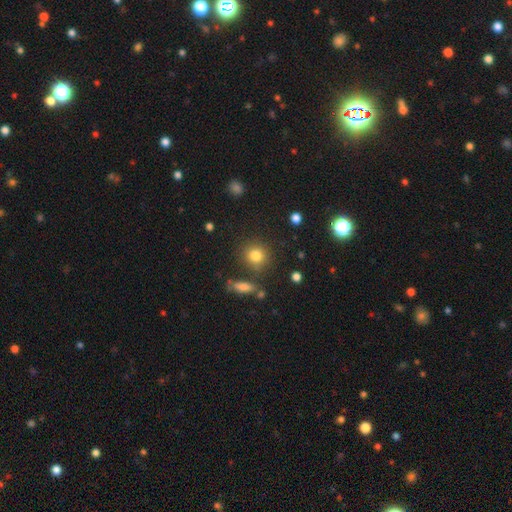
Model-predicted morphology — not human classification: This appears to be a smooth galaxy with no disk features (81%) that is round (84%). Merging: none (78%).